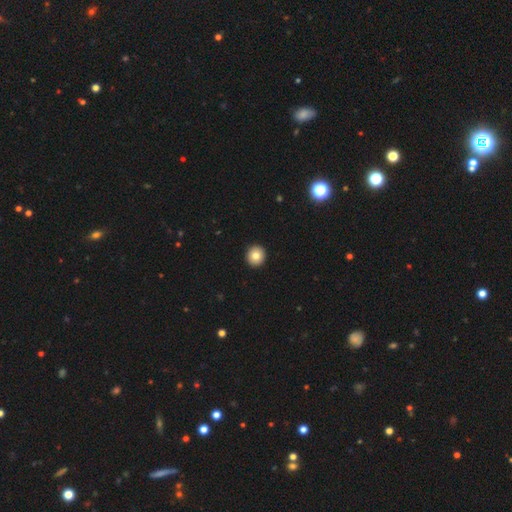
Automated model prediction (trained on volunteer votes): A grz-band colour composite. It shows a smooth galaxy with no disk features (82%) that is round (92%). Merging: none (94%).